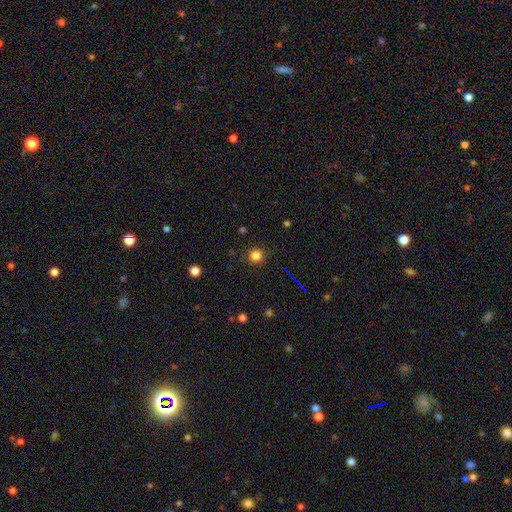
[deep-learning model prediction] Overall: smooth (81%). How rounded: round (92%). Merging: none (88%).